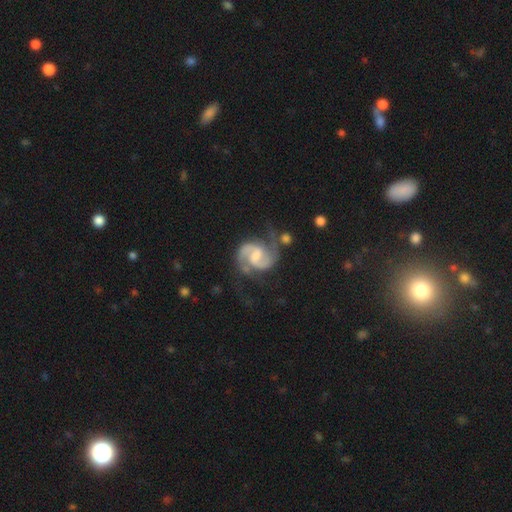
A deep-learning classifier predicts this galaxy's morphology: featured or disk 90%, smooth 5%, star or artifact 5%. Down the decision tree: edge-on disk — no (98%); bar — weak (57%); spiral arms — yes (98%); spiral arm count — 2 (93%); spiral winding — medium (61%); bulge size — moderate (37%); merging — none (59%).